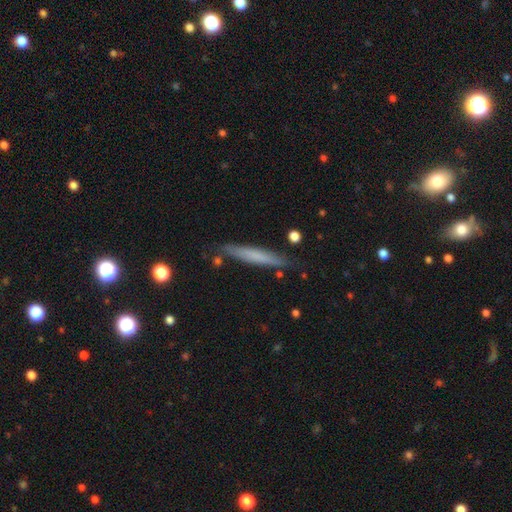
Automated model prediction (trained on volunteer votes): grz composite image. It shows a smooth galaxy with no disk features (62%) that is cigar-shaped (94%). Merging: none (83%).